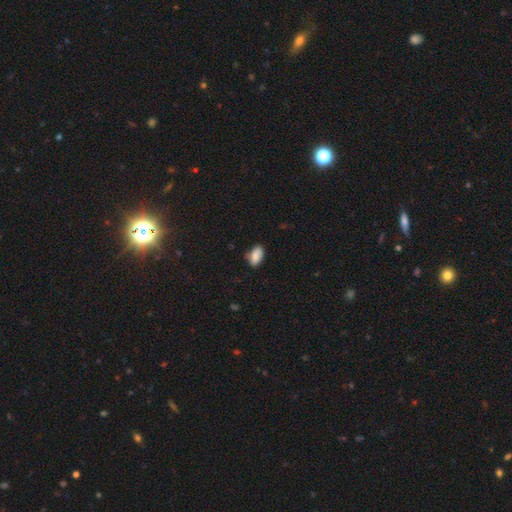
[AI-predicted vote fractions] smooth 81%, featured or disk 12%, star or artifact 8%. Down the decision tree: how rounded — in between (91%); merging — none (73%).